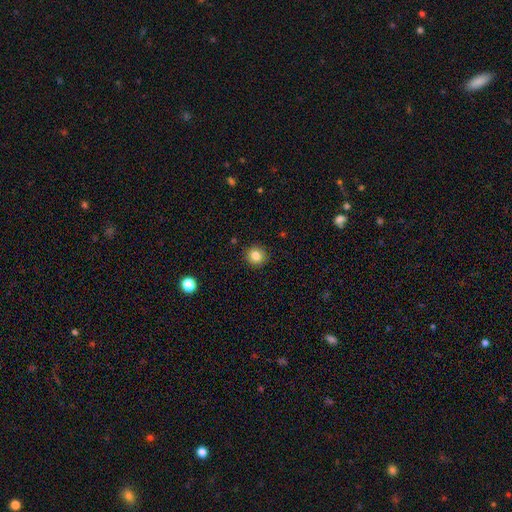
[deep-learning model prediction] smooth-or-featured: smooth: 83% | star or artifact: 11% | featured or disk: 6%
  how-rounded: round: 91% | in between: 8% | cigar-shaped: 1%
  merging: none: 91% | minor disturbance: 6% | major disturbance: 2% | merger: 1%